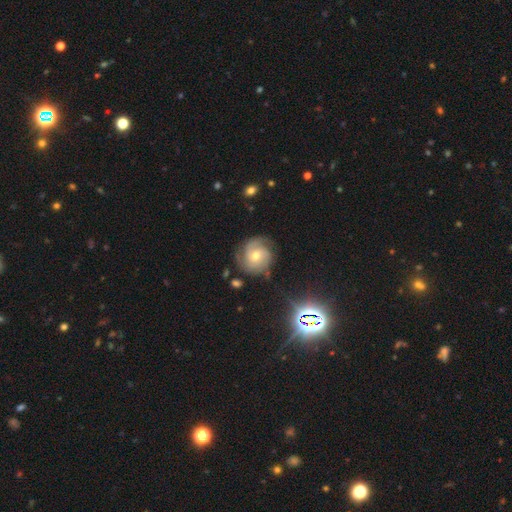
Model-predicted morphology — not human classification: featured or disk 76%, smooth 16%, star or artifact 8%. Down the decision tree: edge-on disk — no (98%); bar — no (66%); spiral arms — yes (94%); spiral arm count — 2 (34%); spiral winding — tight (60%); bulge size — moderate (59%); merging — none (75%).